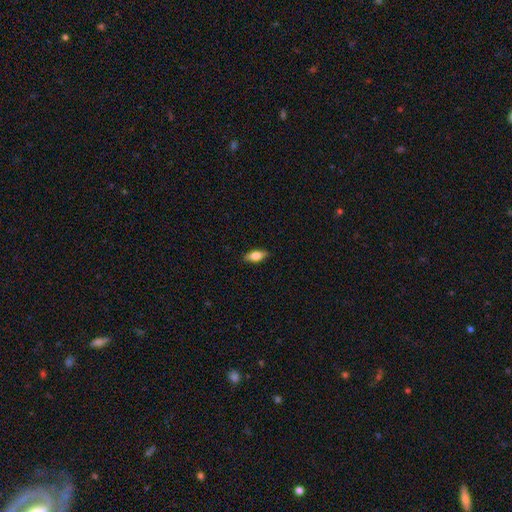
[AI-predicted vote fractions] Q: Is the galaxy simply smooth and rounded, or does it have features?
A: smooth — 75%.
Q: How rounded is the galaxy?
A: in between — 82%.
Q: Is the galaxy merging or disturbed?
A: none — 87%.